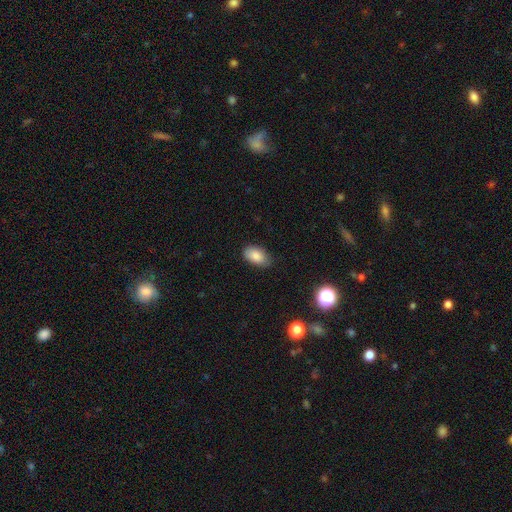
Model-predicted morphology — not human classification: Smooth or featured?
  - smooth: 86% *
  - star or artifact: 8%
  - featured or disk: 6%
How rounded?
  - in between: 93% *
  - round: 5%
  - cigar-shaped: 2%
Merging?
  - none: 78% *
  - minor disturbance: 18%
  - major disturbance: 3%
  - merger: 1%